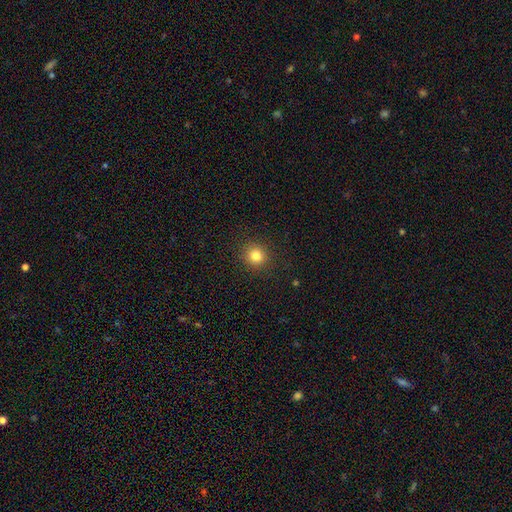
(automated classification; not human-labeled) Q: Smooth or featured?
A: smooth (82%); runner-up: star or artifact (12%)
Q: How rounded?
A: round (89%); runner-up: in between (10%)
Q: Merging?
A: none (91%); runner-up: minor disturbance (6%)